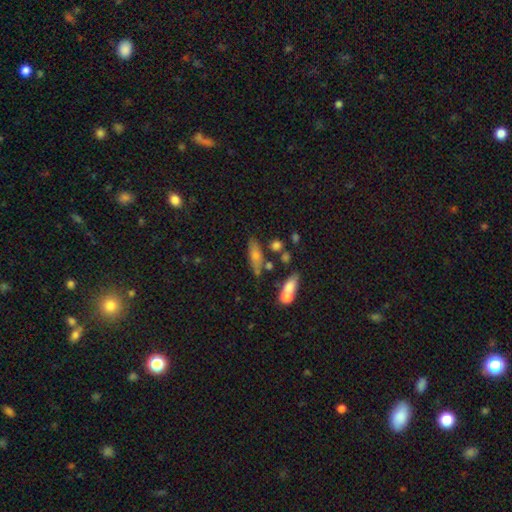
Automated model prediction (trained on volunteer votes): Morphology: type=smooth (60%); roundness=in between (52%); merging=none (60%).